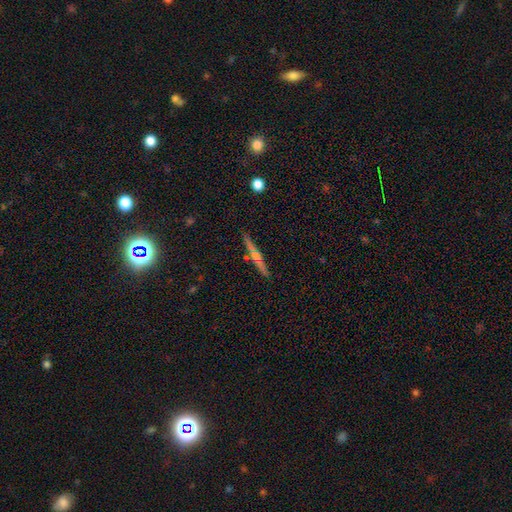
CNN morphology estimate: Q: Smooth or featured?
A: smooth (47%); runner-up: featured or disk (42%)
Q: Merging?
A: none (86%); runner-up: minor disturbance (8%)